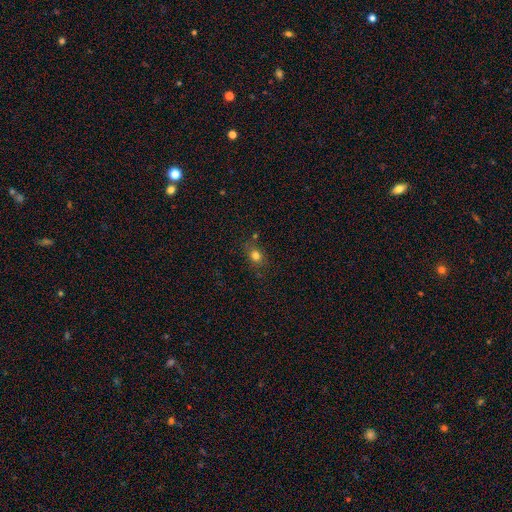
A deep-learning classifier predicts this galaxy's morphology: Smooth or featured? smooth (77%)
How rounded? round (55%)
Merging? none (73%)